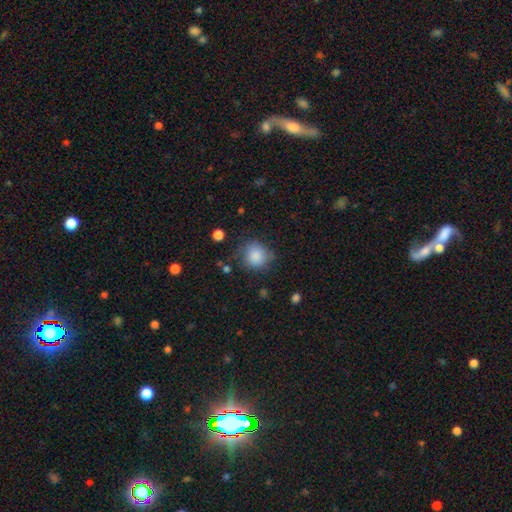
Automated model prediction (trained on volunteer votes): The model was most divided on "merging": none: 69%, minor disturbance: 22%, major disturbance: 7%, merger: 2%. More confident: smooth or featured — smooth (85%); how rounded — round (83%).